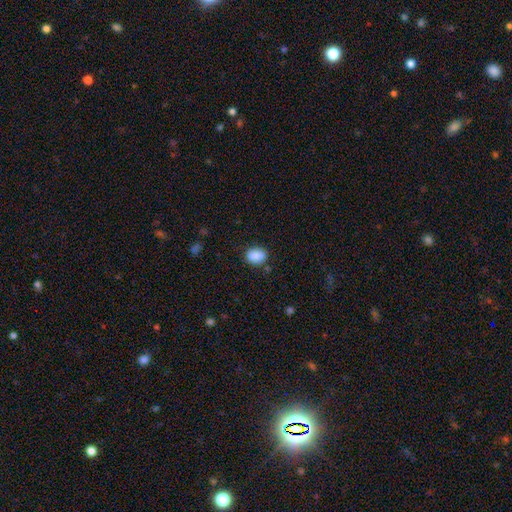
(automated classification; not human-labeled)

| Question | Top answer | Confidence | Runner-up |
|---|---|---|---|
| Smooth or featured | smooth | 87% | star or artifact (8%) |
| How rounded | in between | 67% | round (32%) |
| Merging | none | 82% | minor disturbance (13%) |